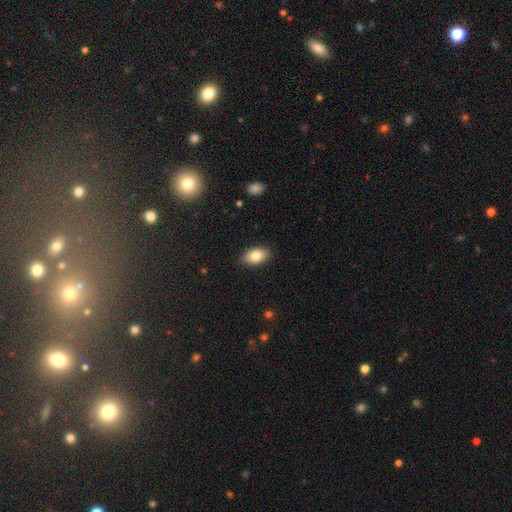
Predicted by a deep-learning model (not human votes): Smooth or featured?
  - smooth: 84% *
  - featured or disk: 9%
  - star or artifact: 7%
How rounded?
  - in between: 91% *
  - round: 7%
  - cigar-shaped: 2%
Merging?
  - none: 87% *
  - minor disturbance: 10%
  - major disturbance: 2%
  - merger: 1%